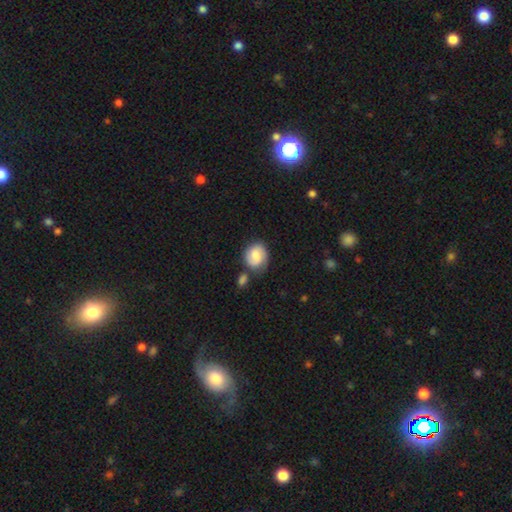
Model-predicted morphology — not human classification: Overall: smooth (56%; featured or disk 36%). How rounded: round (56%; in between 43%). Merging: none (60%).